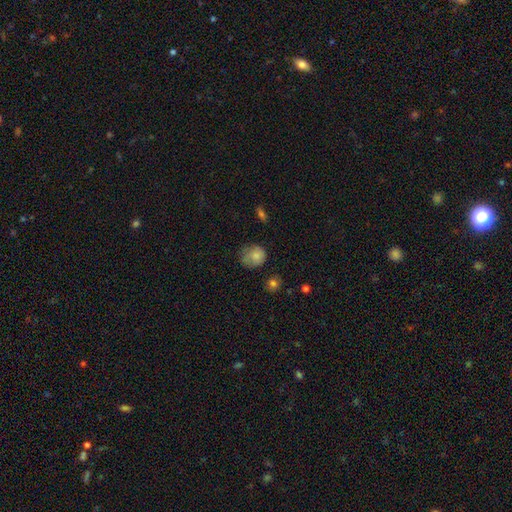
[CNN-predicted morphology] Overall: smooth (79%). How rounded: round (73%). Merging: none (50%; minor disturbance 34%).